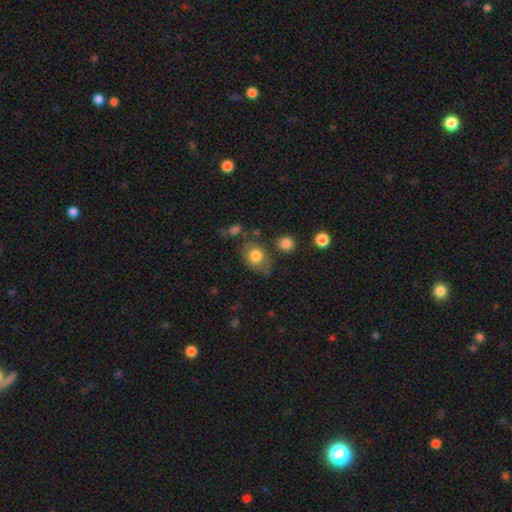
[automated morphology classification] smooth 77%, featured or disk 15%, star or artifact 9%. Down the decision tree: how rounded — in between (52%); merging — none (61%).